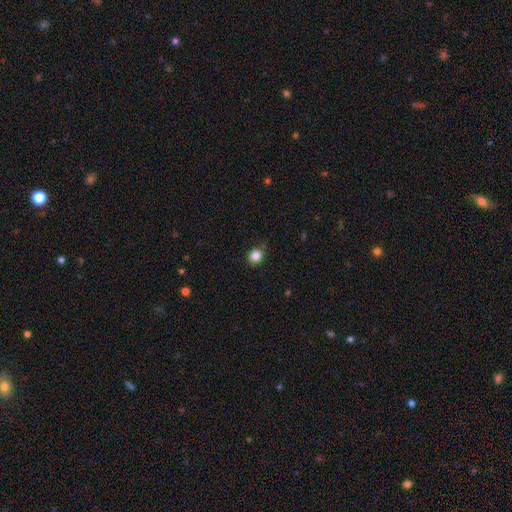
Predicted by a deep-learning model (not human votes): Smooth or featured? Predicted: smooth (p=0.84). How rounded? Predicted: round (p=0.84). Merging? Predicted: none (p=0.84).